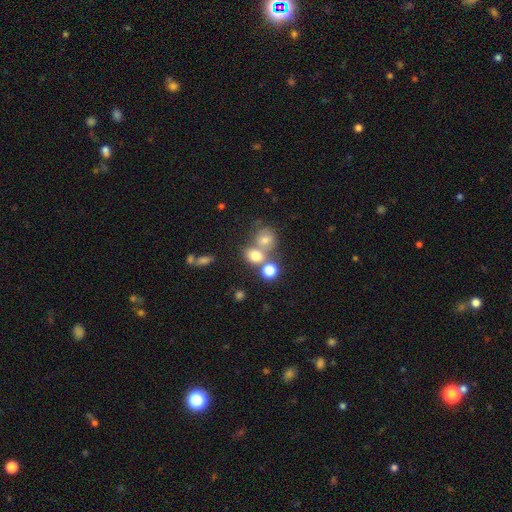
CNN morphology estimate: The model was most divided on "merging": none: 46%, merger: 39%, minor disturbance: 10%, major disturbance: 5%. More confident: smooth or featured — smooth (72%); how rounded — round (65%).